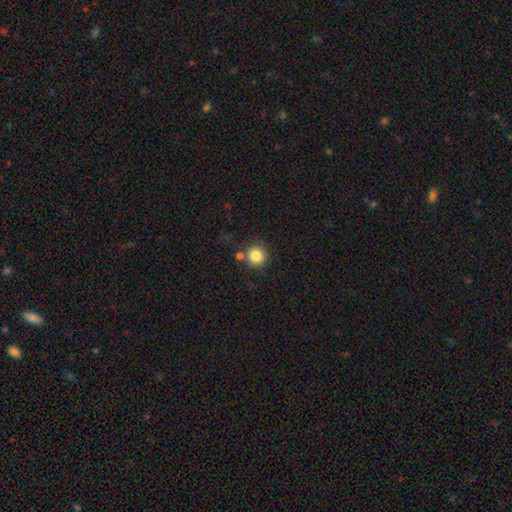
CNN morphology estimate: Smooth or featured? smooth (84%)
How rounded? round (93%)
Merging? none (76%)